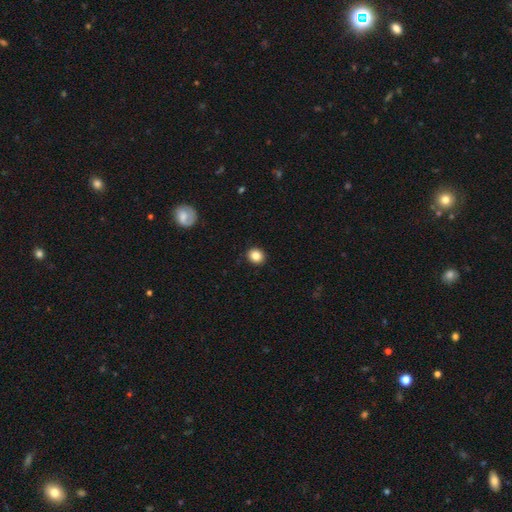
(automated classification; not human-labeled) Smooth or featured? Predicted: smooth (p=0.86). How rounded? Predicted: round (p=0.75). Merging? Predicted: none (p=0.91).